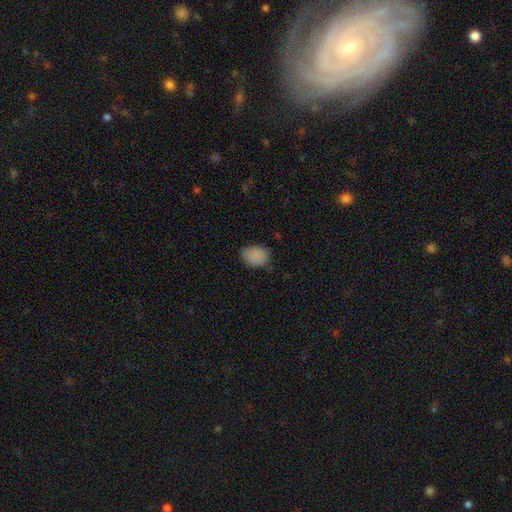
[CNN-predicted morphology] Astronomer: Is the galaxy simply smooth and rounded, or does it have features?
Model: smooth — 87%.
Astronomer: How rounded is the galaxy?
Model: in between — 69%.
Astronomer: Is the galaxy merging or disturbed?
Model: none — 65%.